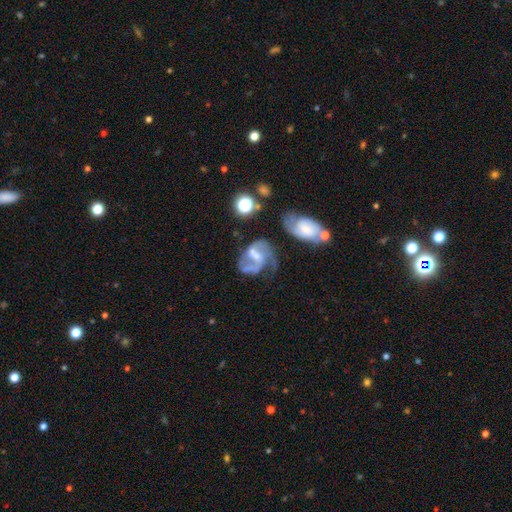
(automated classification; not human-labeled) featured or disk 78%, smooth 14%, star or artifact 8%. Down the decision tree: edge-on disk — no (97%); bar — weak (49%); spiral arms — yes (86%); spiral arm count — 2 (62%); spiral winding — medium (48%); bulge size — moderate (34%, tied with small); merging — none (37%).